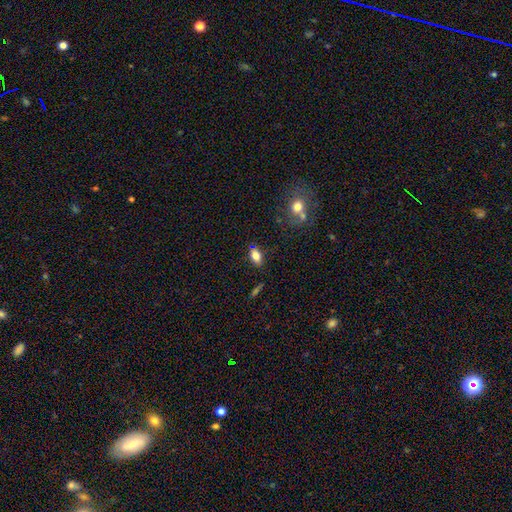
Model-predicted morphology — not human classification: smooth-or-featured: smooth: 78% | featured or disk: 12% | star or artifact: 11%
  how-rounded: in between: 84% | round: 11% | cigar-shaped: 4%
  merging: none: 79% | minor disturbance: 13% | merger: 4% | major disturbance: 3%